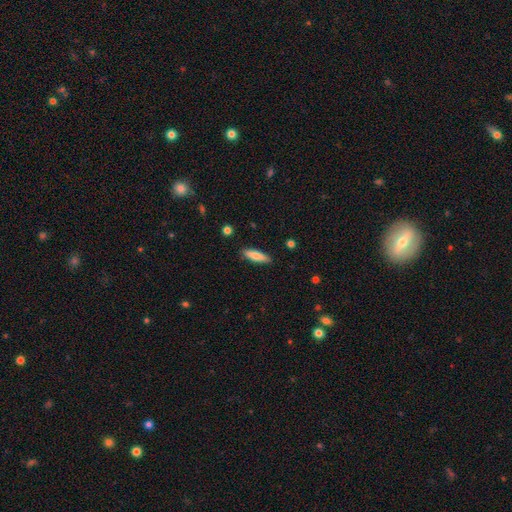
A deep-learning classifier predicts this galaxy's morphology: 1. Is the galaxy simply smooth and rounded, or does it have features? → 76% smooth, 18% featured or disk, 6% star or artifact.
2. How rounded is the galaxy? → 65% cigar-shaped, 34% in between, 2% round.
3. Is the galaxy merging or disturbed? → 88% none, 9% minor disturbance, 2% major disturbance, 1% merger.